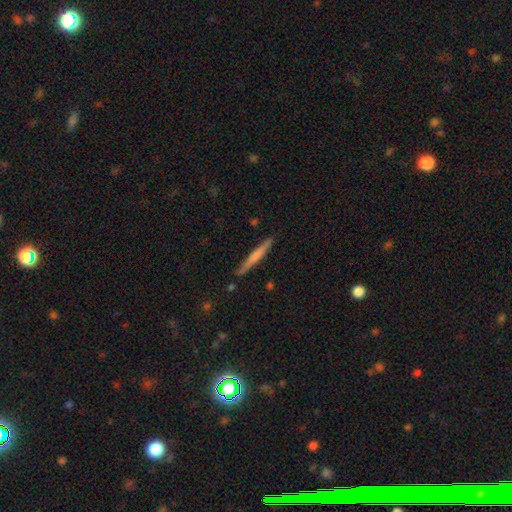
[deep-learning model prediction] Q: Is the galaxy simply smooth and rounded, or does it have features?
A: smooth — 55%.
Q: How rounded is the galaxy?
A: cigar-shaped — 96%.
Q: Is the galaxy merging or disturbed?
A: none — 88%.